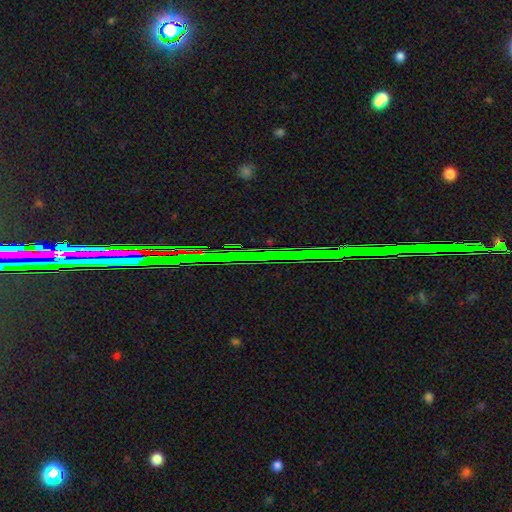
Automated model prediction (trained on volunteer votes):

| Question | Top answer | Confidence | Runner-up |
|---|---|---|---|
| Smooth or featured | star or artifact | 83% | featured or disk (10%) |